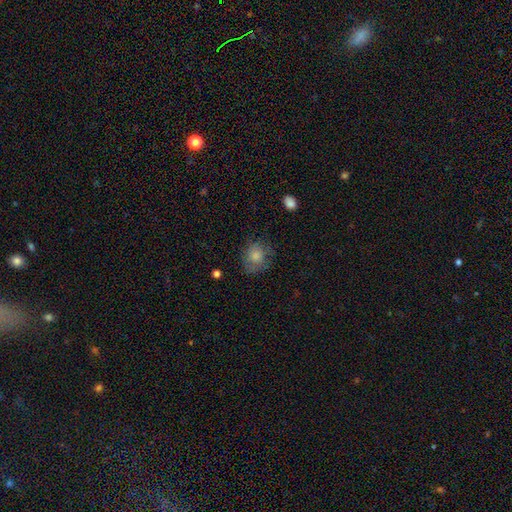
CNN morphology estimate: Smooth or featured? smooth (74%)
How rounded? round (68%)
Merging? none (65%)